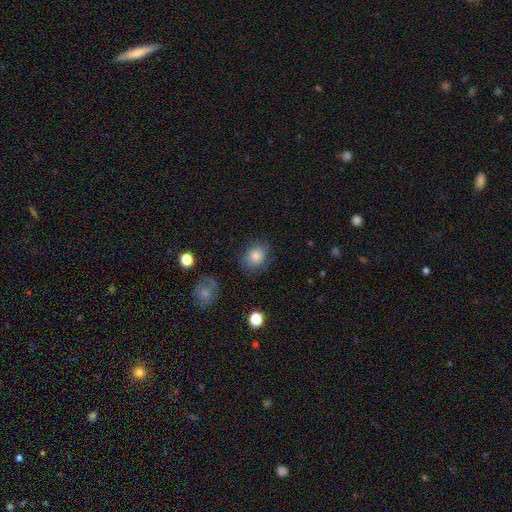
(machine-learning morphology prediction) This is likely a smooth galaxy (73%). How rounded: likely round (62%). Merging: likely none (73%).